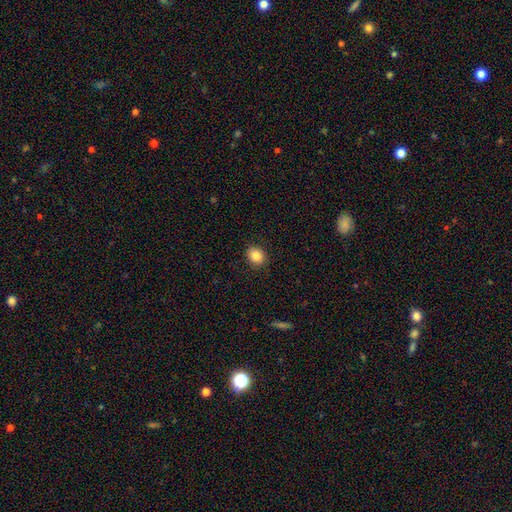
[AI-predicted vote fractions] smooth-or-featured: smooth: 86% | star or artifact: 9% | featured or disk: 4%
  how-rounded: round: 64% | in between: 35% | cigar-shaped: 1%
  merging: none: 89% | minor disturbance: 8% | major disturbance: 2% | merger: 1%